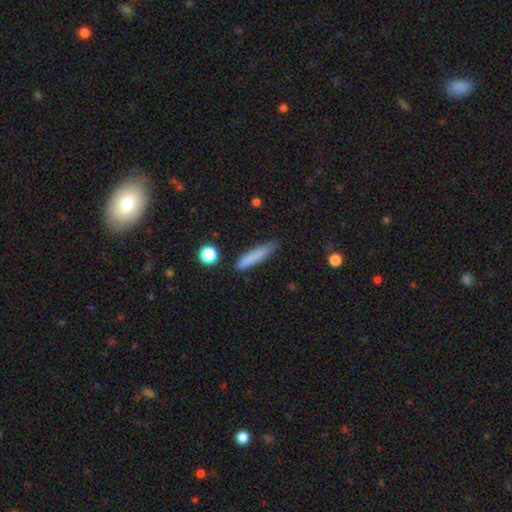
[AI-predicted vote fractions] A smooth galaxy with no disk features (81%) that is cigar-shaped (89%).

Vote fractions:
- Smooth or featured? smooth: 81% / featured or disk: 12% / star or artifact: 7%
- How rounded? cigar-shaped: 89% / in between: 9% / round: 2%
- Merging? none: 81% / minor disturbance: 14% / major disturbance: 3% / merger: 2%